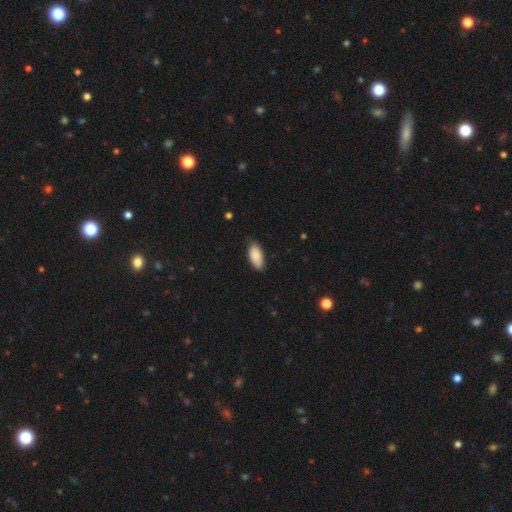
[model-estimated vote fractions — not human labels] Morphology: type=smooth (83%); roundness=in between (92%); merging=none (77%).